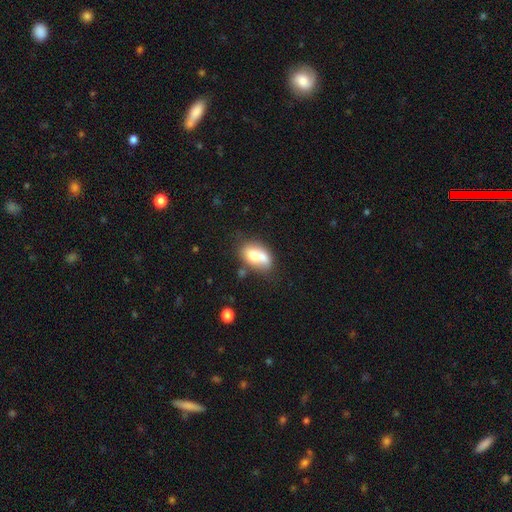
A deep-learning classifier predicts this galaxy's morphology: Smooth or featured? Predicted: smooth (p=0.66). How rounded? Predicted: in between (p=0.76). Merging? Predicted: merger (p=0.52).